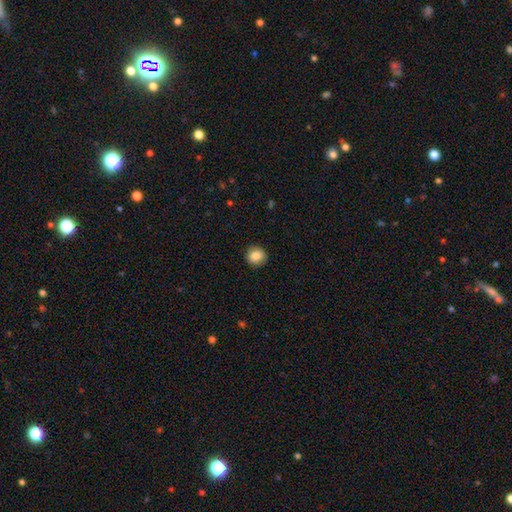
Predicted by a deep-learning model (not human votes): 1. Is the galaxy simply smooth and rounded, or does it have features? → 85% smooth, 9% star or artifact, 6% featured or disk.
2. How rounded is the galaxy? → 89% round, 10% in between, 1% cigar-shaped.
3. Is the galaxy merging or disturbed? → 90% none, 7% minor disturbance, 2% major disturbance, 1% merger.